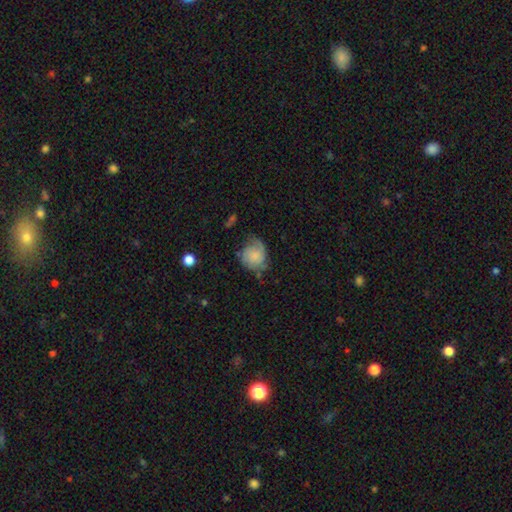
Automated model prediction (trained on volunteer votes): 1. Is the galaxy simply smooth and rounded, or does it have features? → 52% smooth, 39% featured or disk, 8% star or artifact.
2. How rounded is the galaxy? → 68% round, 31% in between, 1% cigar-shaped.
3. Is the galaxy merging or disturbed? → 48% none, 33% minor disturbance, 17% major disturbance, 3% merger.